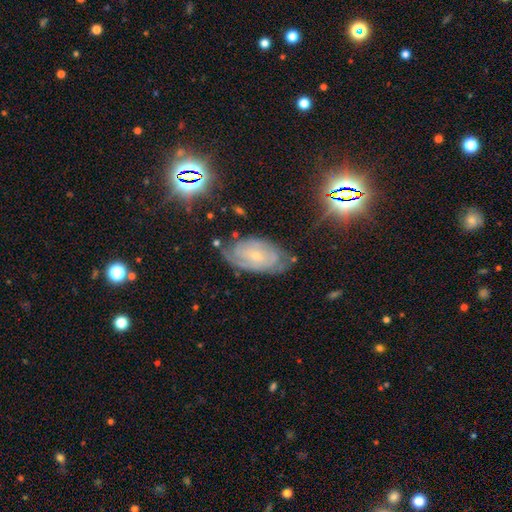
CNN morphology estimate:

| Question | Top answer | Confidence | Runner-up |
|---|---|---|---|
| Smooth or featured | featured or disk | 71% | smooth (18%) |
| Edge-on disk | no | 94% | yes (6%) |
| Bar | no | 67% | weak (27%) |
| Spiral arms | yes | 87% | no (13%) |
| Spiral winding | tight | 68% | medium (25%) |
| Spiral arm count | can't tell | 52% | 2 (26%) |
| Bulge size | small | 75% | moderate (20%) |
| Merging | none | 64% | minor disturbance (24%) |